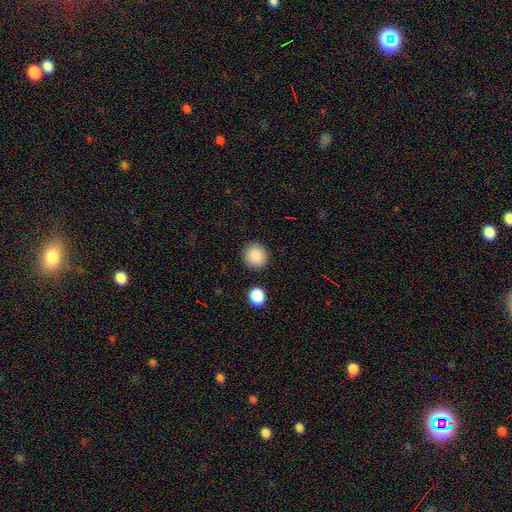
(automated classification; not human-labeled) This appears to be a smooth galaxy with no disk features (88%) that is round (92%). Merging: none (89%).